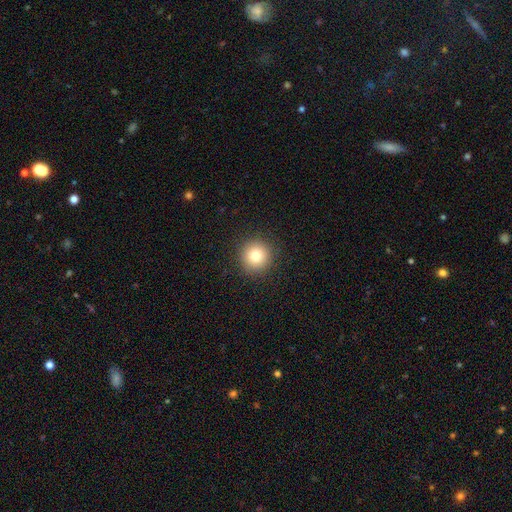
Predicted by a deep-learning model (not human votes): smooth 80%, star or artifact 12%, featured or disk 8%. Down the decision tree: how rounded — round (95%); merging — none (91%).